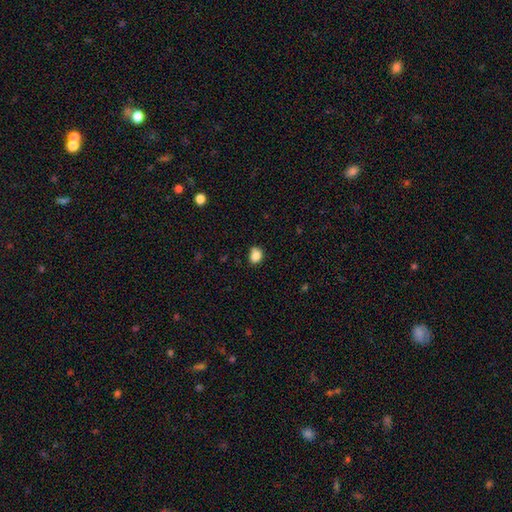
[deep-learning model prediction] A smooth galaxy with no disk features (85%) that is in between round and cigar-shaped (51%).

Vote fractions:
- Smooth or featured? smooth: 85% / star or artifact: 10% / featured or disk: 5%
- How rounded? in between: 51% / round: 48% / cigar-shaped: 1%
- Merging? none: 70% / minor disturbance: 23% / major disturbance: 4% / merger: 3%